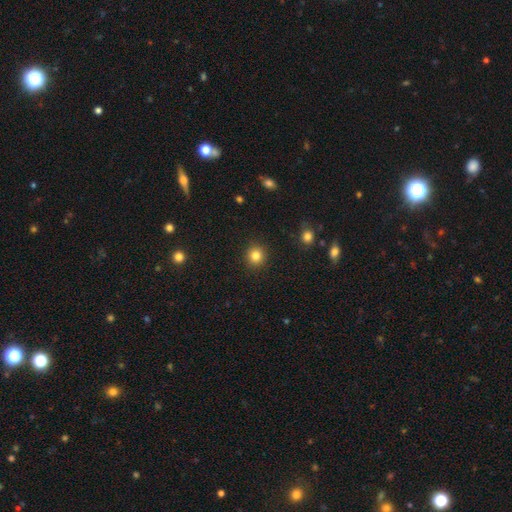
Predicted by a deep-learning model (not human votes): Morphology: type=smooth (82%); roundness=round (91%); merging=none (91%).